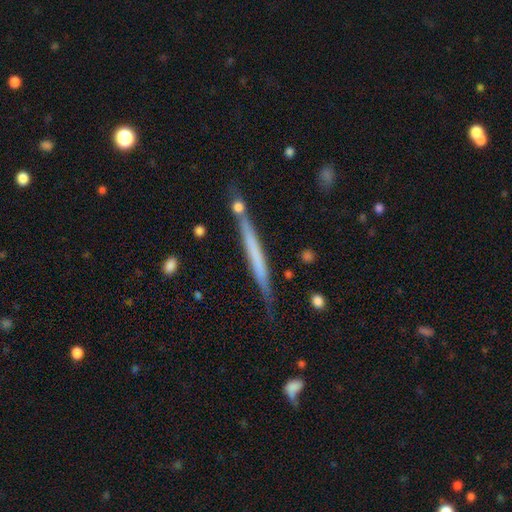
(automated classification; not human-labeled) Q: Smooth or featured?
A: featured or disk (49%); runner-up: smooth (45%)
Q: Merging?
A: none (74%); runner-up: minor disturbance (16%)